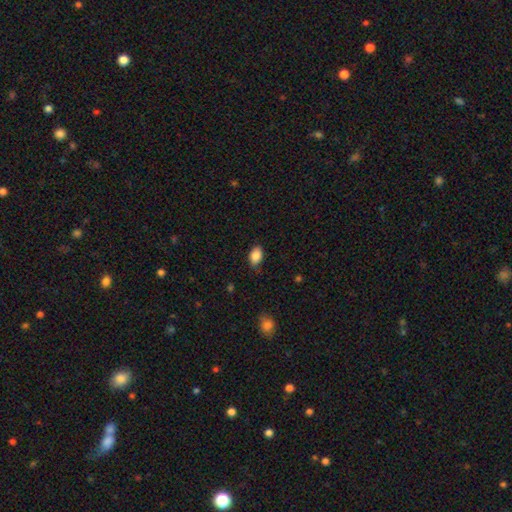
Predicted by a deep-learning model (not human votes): Smooth or featured?
  - smooth: 87% *
  - star or artifact: 8%
  - featured or disk: 6%
How rounded?
  - in between: 89% *
  - round: 9%
  - cigar-shaped: 2%
Merging?
  - none: 72% *
  - minor disturbance: 23%
  - major disturbance: 4%
  - merger: 1%